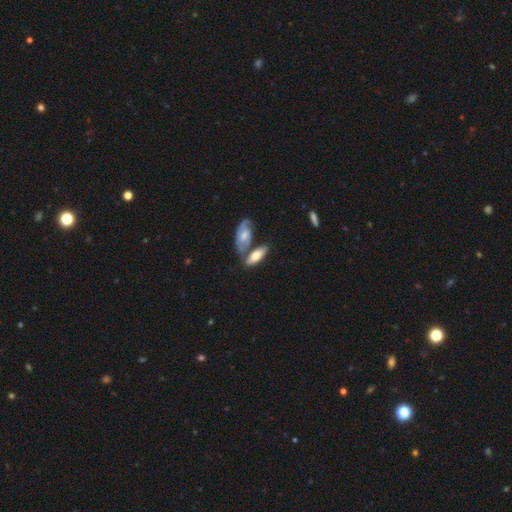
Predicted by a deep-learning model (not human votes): This appears to be a smooth galaxy with no disk features (58%) that is in between round and cigar-shaped (74%). Merging: none (45%).